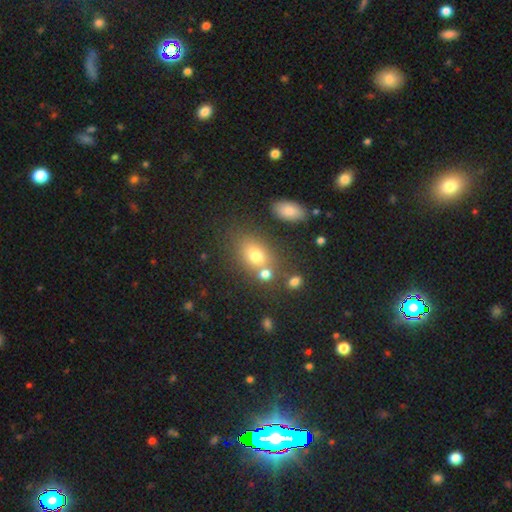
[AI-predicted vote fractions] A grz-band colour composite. It shows a smooth galaxy with no disk features (71%) that is in between round and cigar-shaped (67%). Merging: none (61%).